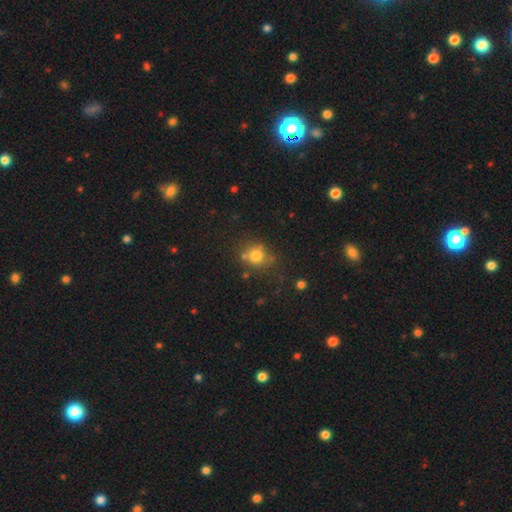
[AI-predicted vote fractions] A smooth galaxy with no disk features (76%) that is round (78%).

Vote fractions:
- Smooth or featured? smooth: 76% / star or artifact: 14% / featured or disk: 11%
- How rounded? round: 78% / in between: 21% / cigar-shaped: 1%
- Merging? none: 66% / minor disturbance: 16% / merger: 11% / major disturbance: 6%